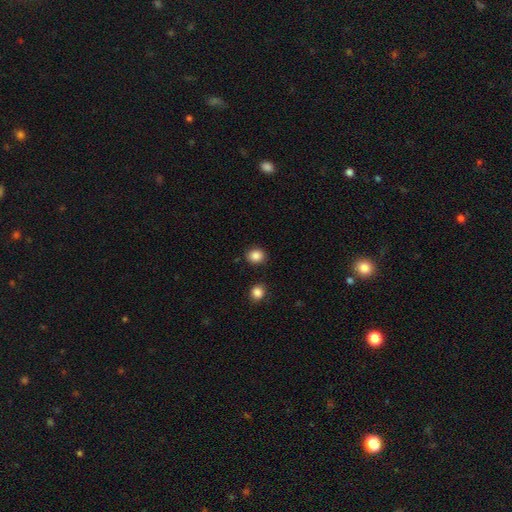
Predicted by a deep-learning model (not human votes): smooth_or_featured: smooth (p=0.87) [alt: star or artifact p=0.10]
how_rounded: round (p=0.71) [alt: in between p=0.28]
merging: none (p=0.86) [alt: minor disturbance p=0.08]